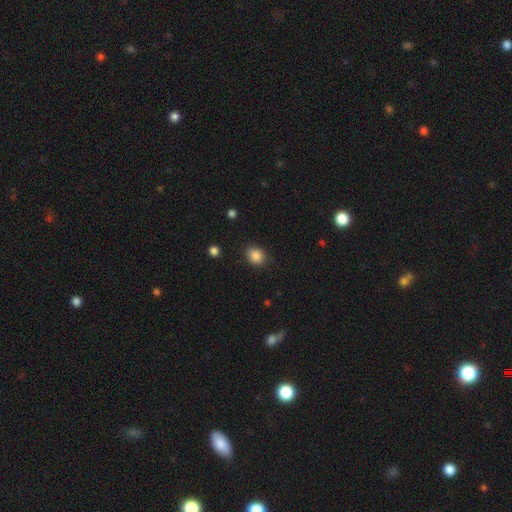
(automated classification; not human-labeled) A smooth galaxy with no disk features (86%) that is round (60%). Merging: none (87%).